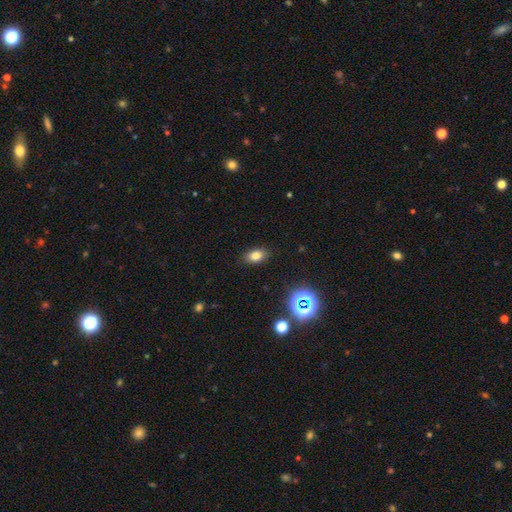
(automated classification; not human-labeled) Q: Smooth or featured?
A: smooth (77%); runner-up: star or artifact (14%)
Q: How rounded?
A: in between (86%); runner-up: round (12%)
Q: Merging?
A: none (87%); runner-up: minor disturbance (9%)